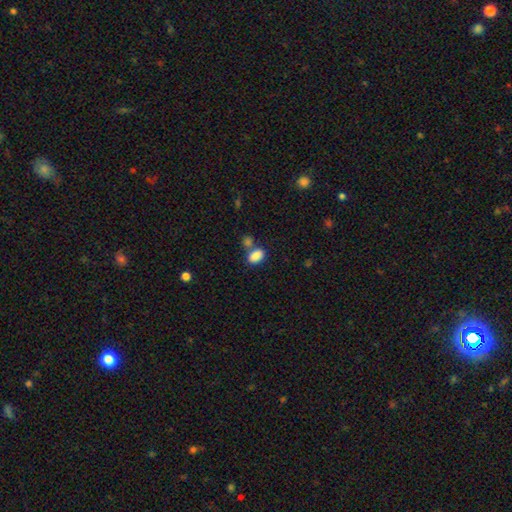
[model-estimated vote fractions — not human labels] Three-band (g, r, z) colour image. It shows a smooth galaxy with no disk features (86%) that is in between round and cigar-shaped (88%). Merging: none (51%).